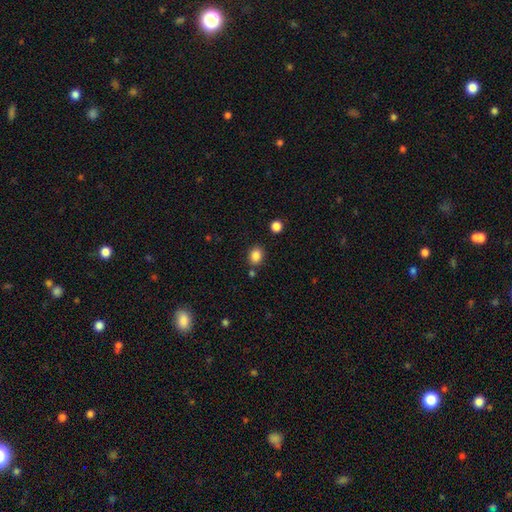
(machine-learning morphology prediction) Smooth or featured? smooth (85%)
How rounded? round (54%)
Merging? none (80%)